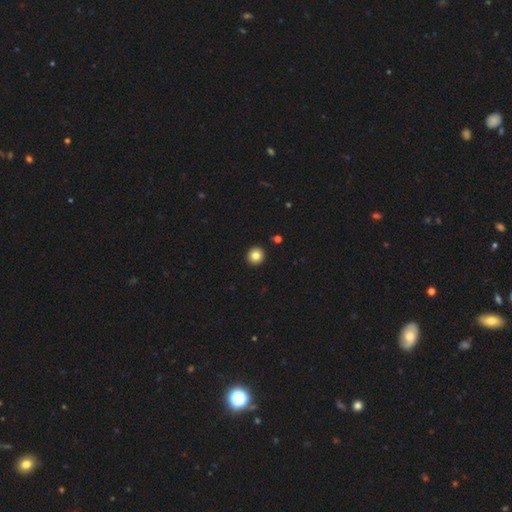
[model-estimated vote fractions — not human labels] This is clearly a smooth galaxy (82%). How rounded: clearly round (92%). Merging: clearly none (93%).